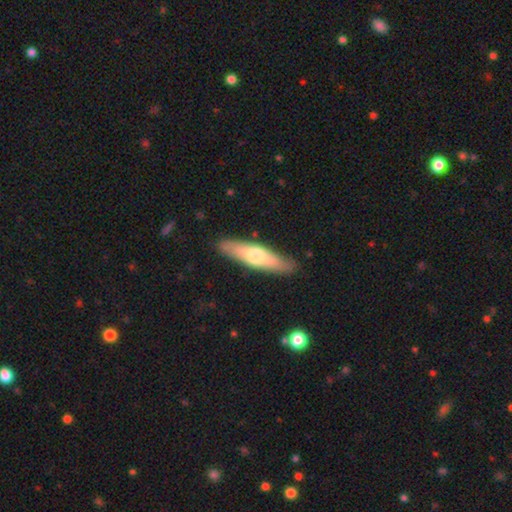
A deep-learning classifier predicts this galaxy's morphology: smooth-or-featured: smooth: 52% | featured or disk: 43% | star or artifact: 5%
  how-rounded: cigar-shaped: 73% | in between: 26% | round: 2%
  merging: none: 86% | minor disturbance: 11% | major disturbance: 2% | merger: 1%